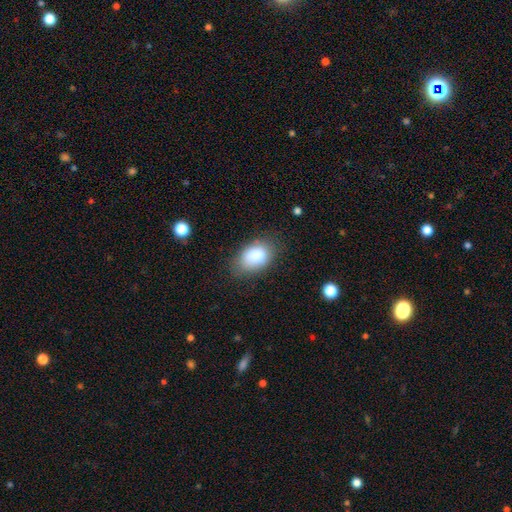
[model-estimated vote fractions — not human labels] Q: Smooth or featured?
A: smooth (86%); runner-up: star or artifact (8%)
Q: How rounded?
A: in between (88%); runner-up: round (11%)
Q: Merging?
A: none (73%); runner-up: minor disturbance (20%)